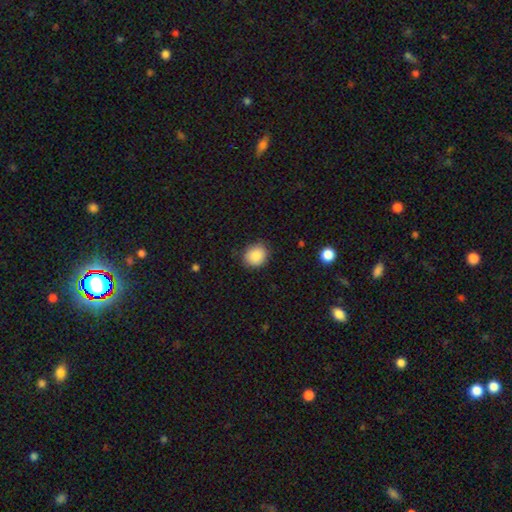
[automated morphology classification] smooth_or_featured: smooth (p=0.87) [alt: star or artifact p=0.08]
how_rounded: round (p=0.77) [alt: in between p=0.22]
merging: none (p=0.85) [alt: minor disturbance p=0.11]